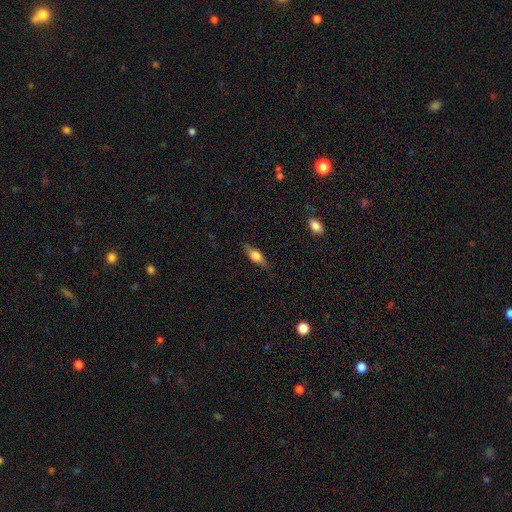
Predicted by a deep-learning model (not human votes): Smooth or featured? smooth (57%)
How rounded? in between (64%)
Merging? none (77%)